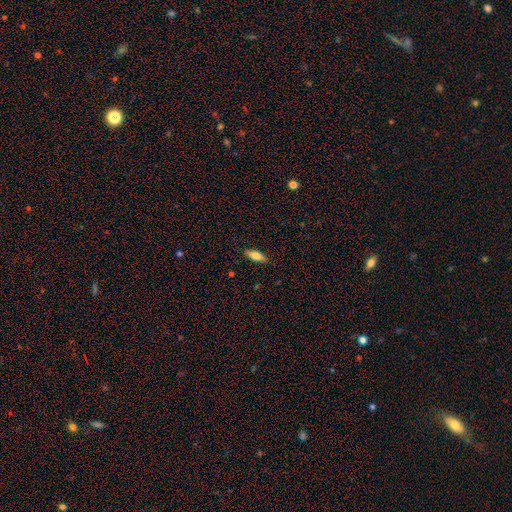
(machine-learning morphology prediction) This is likely a smooth galaxy (67%). How rounded: possibly in between (58%). Merging: clearly none (88%).